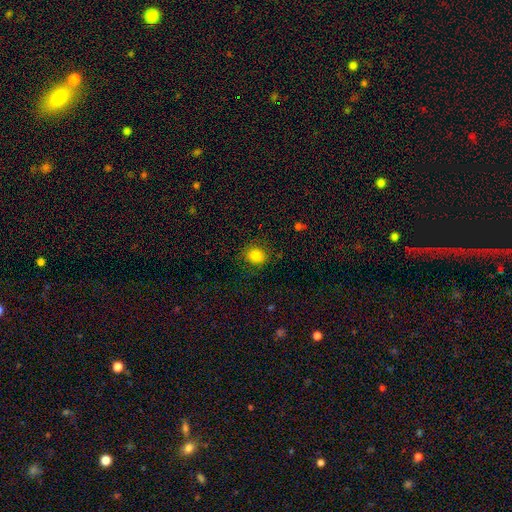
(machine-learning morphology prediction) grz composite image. It shows a smooth galaxy with no disk features (83%) that is round (77%). Merging: none (84%).